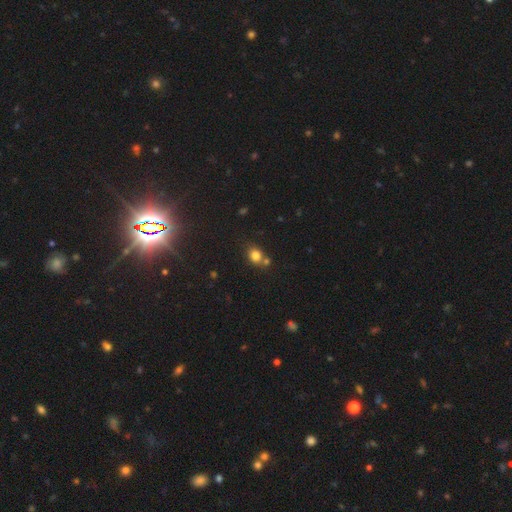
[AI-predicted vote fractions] This appears to be a smooth galaxy with no disk features (80%) that is round (59%). Merging: none (58%).